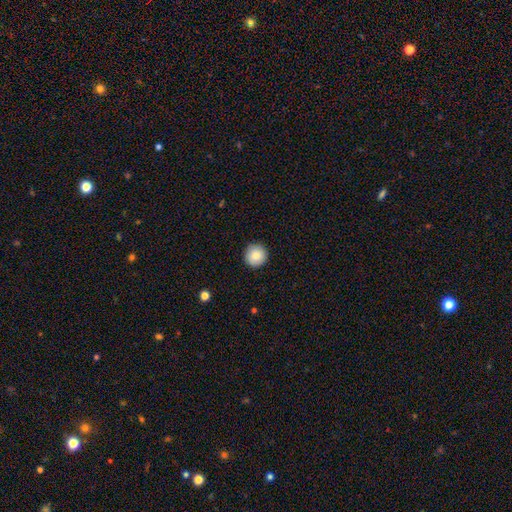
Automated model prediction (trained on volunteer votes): A smooth galaxy with no disk features (86%) that is round (96%). Merging: none (92%).